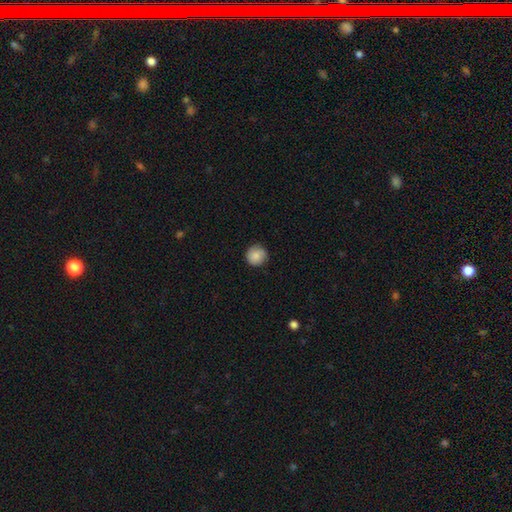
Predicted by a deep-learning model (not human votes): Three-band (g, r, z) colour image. It shows a smooth galaxy with no disk features (79%) that is round (93%). Merging: none (83%).